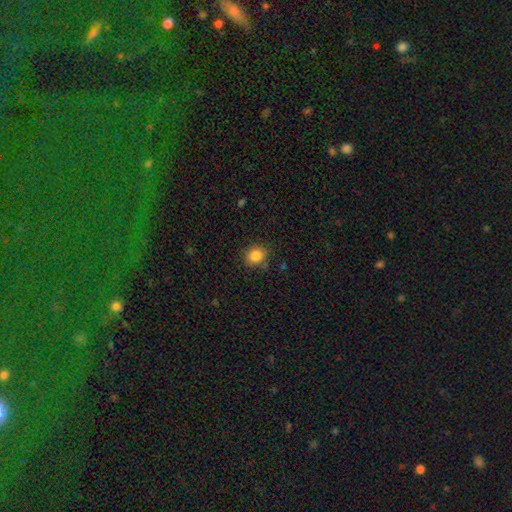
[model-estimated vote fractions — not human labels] Smooth or featured: smooth — 85% (star or artifact — 10%)
How rounded: round — 74% (in between — 25%)
Merging: none — 82% (minor disturbance — 13%)